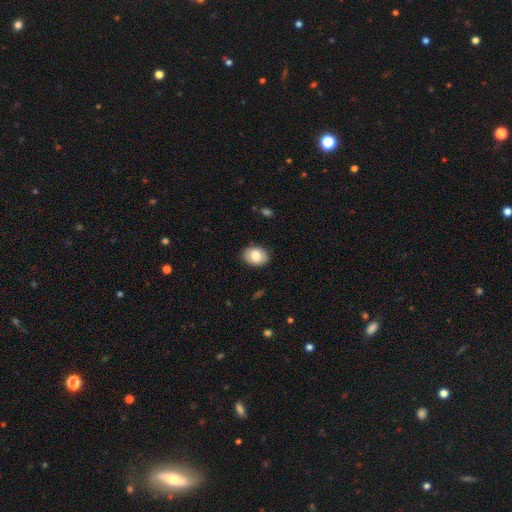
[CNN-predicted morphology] This appears to be a smooth galaxy with no disk features (83%) that is in between round and cigar-shaped (72%). Merging: none (85%).